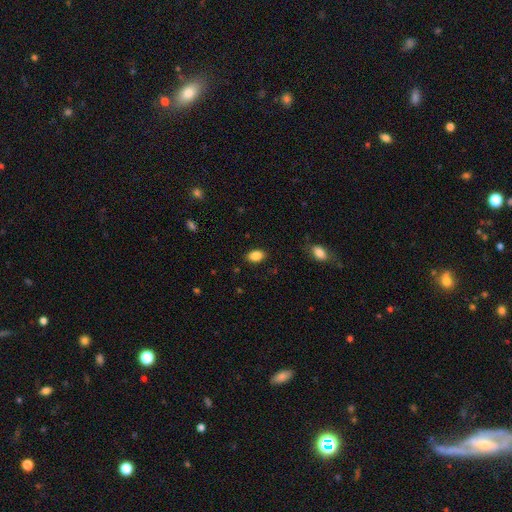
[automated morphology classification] Smooth or featured?
  - smooth: 87% *
  - star or artifact: 8%
  - featured or disk: 5%
How rounded?
  - in between: 89% *
  - round: 10%
  - cigar-shaped: 2%
Merging?
  - none: 86% *
  - minor disturbance: 10%
  - major disturbance: 3%
  - merger: 1%